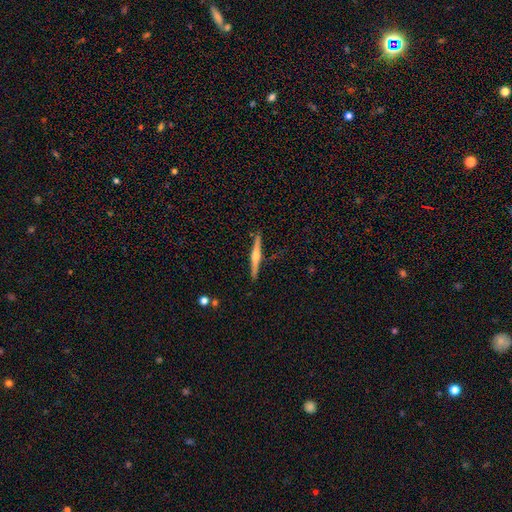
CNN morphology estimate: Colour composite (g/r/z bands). It shows a featured or disk galaxy (70%) viewed edge-on (98%) with a rounded central bulge (87%). Merging: none (90%).